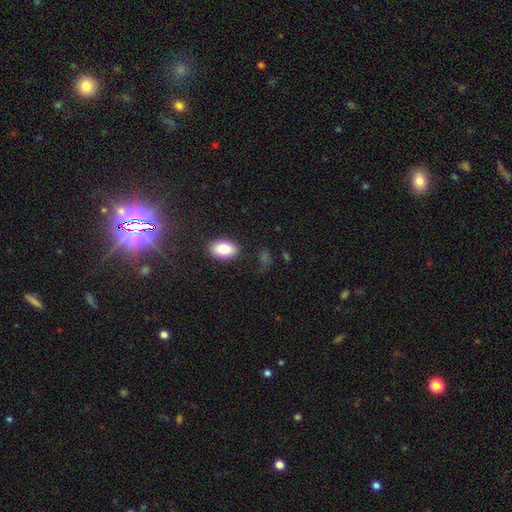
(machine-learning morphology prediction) A star or artifact, not a galaxy (79%).